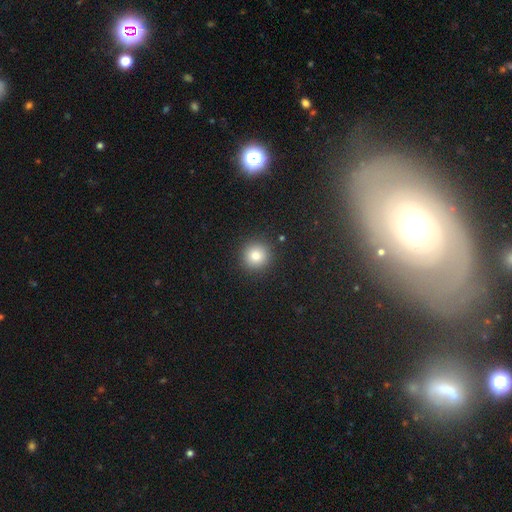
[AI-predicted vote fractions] Q: Smooth or featured?
A: smooth (81%); runner-up: star or artifact (12%)
Q: How rounded?
A: round (94%); runner-up: in between (5%)
Q: Merging?
A: none (91%); runner-up: minor disturbance (6%)